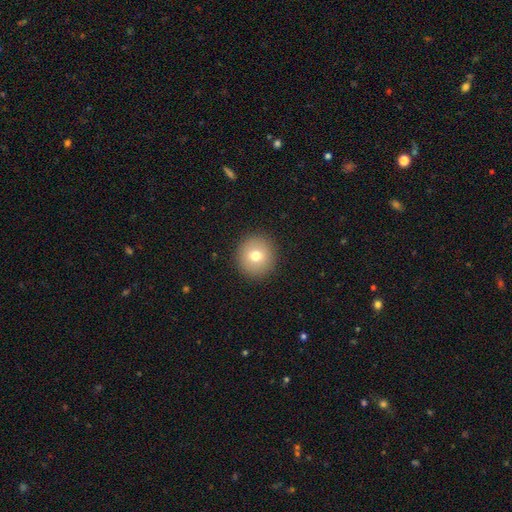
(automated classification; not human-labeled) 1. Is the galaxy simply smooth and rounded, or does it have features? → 74% smooth, 16% featured or disk, 10% star or artifact.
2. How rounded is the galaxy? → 93% round, 6% in between, 1% cigar-shaped.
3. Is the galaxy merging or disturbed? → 92% none, 5% minor disturbance, 2% major disturbance, 1% merger.